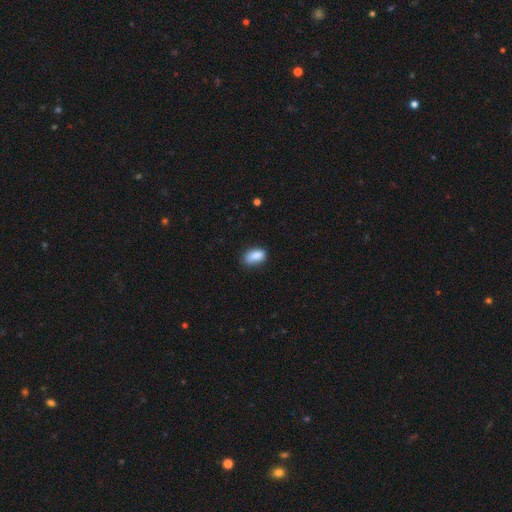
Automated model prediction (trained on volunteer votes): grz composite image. It shows a smooth galaxy with no disk features (88%) that is in between round and cigar-shaped (90%). Merging: none (70%).